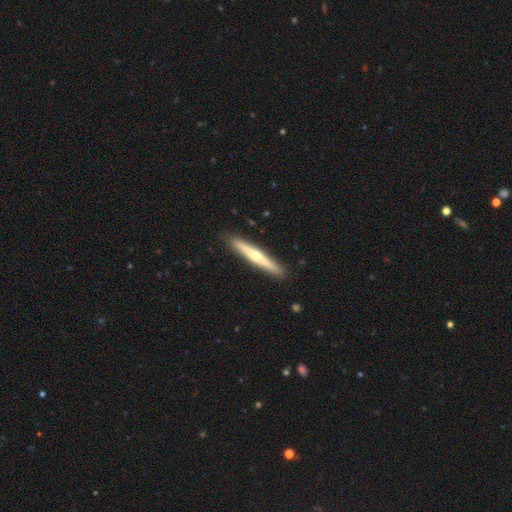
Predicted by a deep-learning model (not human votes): This is possibly a featured or disk galaxy (55%). It is clearly viewed edge-on (96%). Edge-on bulge: likely rounded (78%). Merging: clearly none (90%).